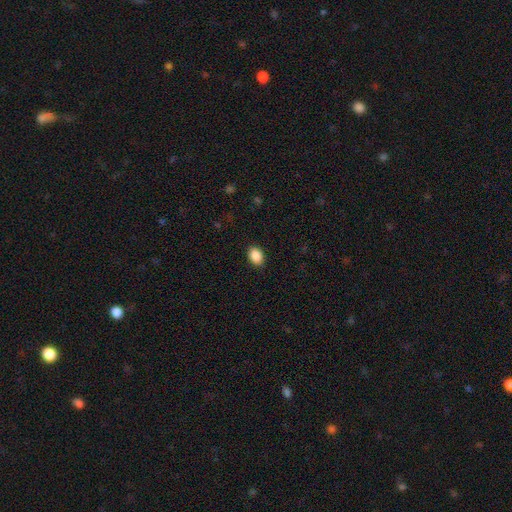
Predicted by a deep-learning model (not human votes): A smooth galaxy with no disk features (90%) that is in between round and cigar-shaped (79%).

Vote fractions:
- Smooth or featured? smooth: 90% / star or artifact: 8% / featured or disk: 3%
- How rounded? in between: 79% / round: 20% / cigar-shaped: 1%
- Merging? none: 90% / minor disturbance: 7% / major disturbance: 2% / merger: 1%